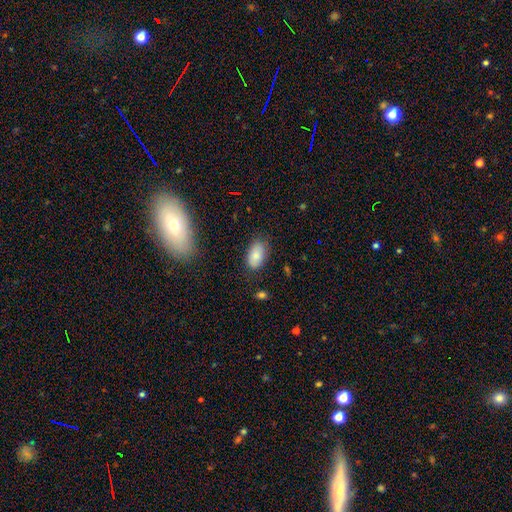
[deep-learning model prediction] Smooth or featured?
  - smooth: 83% *
  - featured or disk: 9%
  - star or artifact: 8%
How rounded?
  - in between: 93% *
  - round: 5%
  - cigar-shaped: 2%
Merging?
  - none: 79% *
  - minor disturbance: 15%
  - major disturbance: 4%
  - merger: 2%